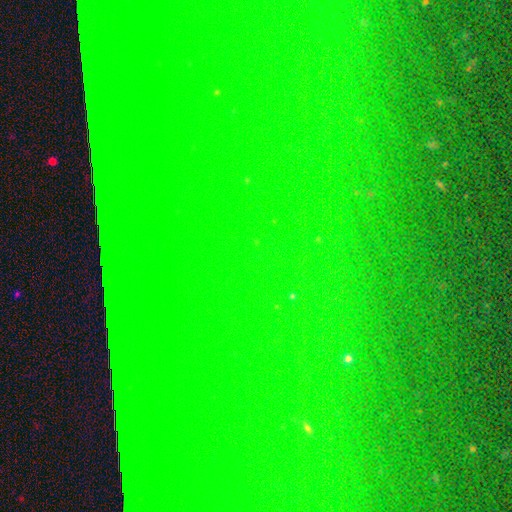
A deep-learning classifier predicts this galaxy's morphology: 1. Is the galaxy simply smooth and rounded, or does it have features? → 83% star or artifact, 10% smooth, 8% featured or disk.